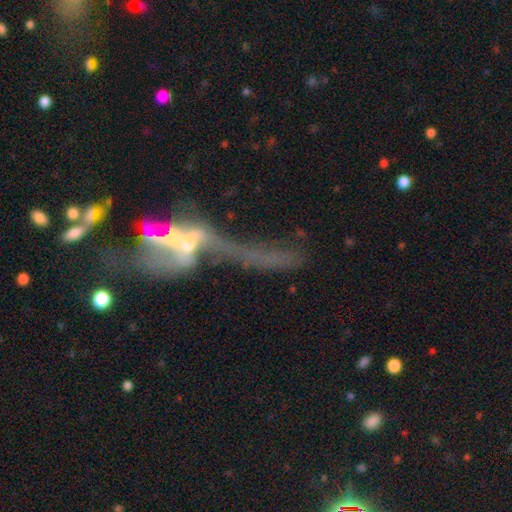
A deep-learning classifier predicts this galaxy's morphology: A featured or disk galaxy (66%) with no bar (71%), no spiral arms (66%) and a small central bulge (34%).

Vote fractions:
- Smooth or featured? featured or disk: 66% / smooth: 19% / star or artifact: 15%
- Edge-on disk? no: 77% / yes: 23%
- Bar? no: 71% / weak: 18% / strong: 11%
- Spiral arms? no: 66% / yes: 34%
- Bulge size? small: 34% / moderate: 31% / none: 27% / large: 5% / dominant: 3%
- Merging? merger: 57% / major disturbance: 25% / none: 11% / minor disturbance: 6%